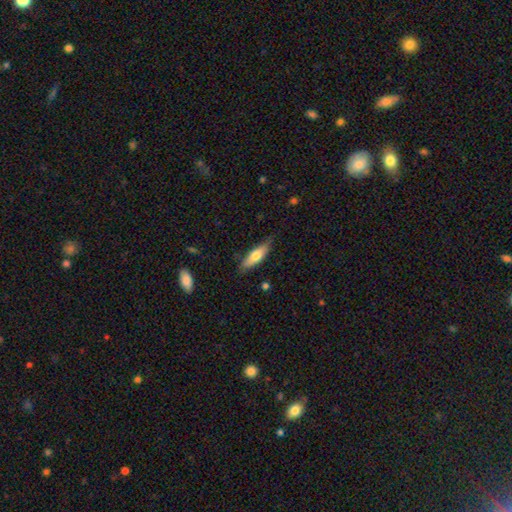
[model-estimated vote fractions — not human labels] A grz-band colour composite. It shows a smooth galaxy with no disk features (67%) that is cigar-shaped (51%). Merging: none (74%).